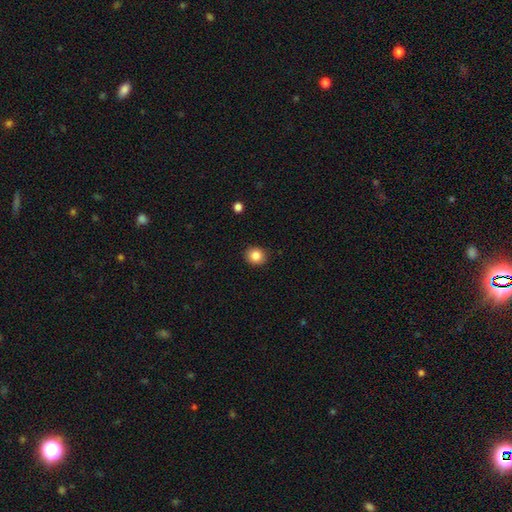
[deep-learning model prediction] smooth 85%, star or artifact 10%, featured or disk 5%. Down the decision tree: how rounded — round (81%); merging — none (90%).